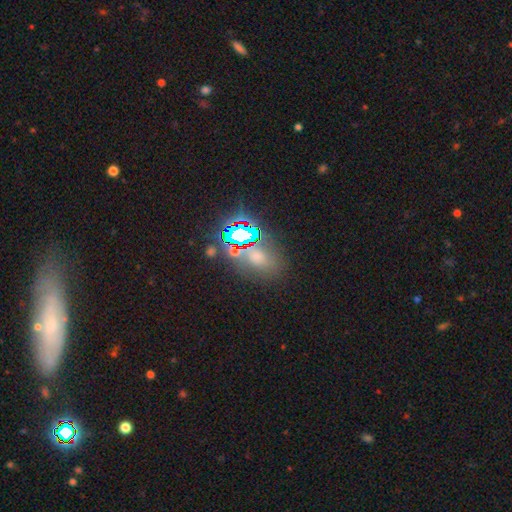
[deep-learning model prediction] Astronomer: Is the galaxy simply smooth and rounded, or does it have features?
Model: smooth — 45% (runner-up: star or artifact, 43%).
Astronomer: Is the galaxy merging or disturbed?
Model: none — 68%.